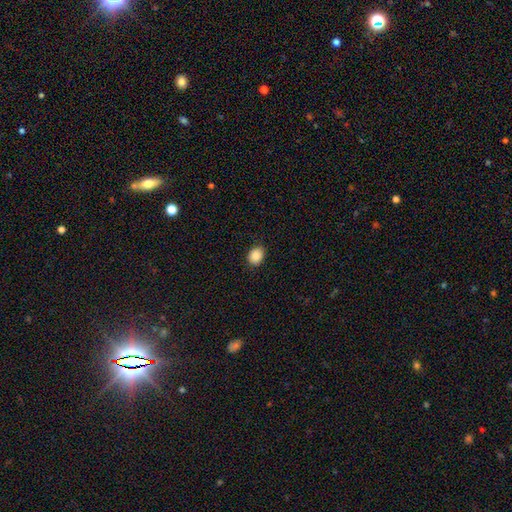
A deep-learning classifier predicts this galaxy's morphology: Overall: smooth (88%). How rounded: in between (50%; round 49%). Merging: none (87%).